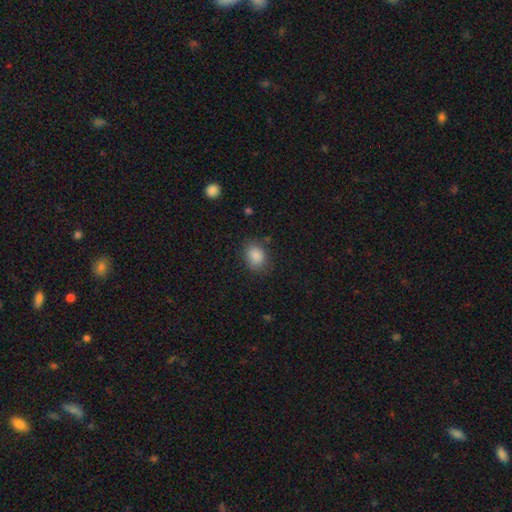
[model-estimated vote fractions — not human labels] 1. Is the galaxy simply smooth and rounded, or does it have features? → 87% smooth, 9% star or artifact, 4% featured or disk.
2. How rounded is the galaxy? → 54% in between, 46% round, 1% cigar-shaped.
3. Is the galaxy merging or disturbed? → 80% none, 14% minor disturbance, 4% major disturbance, 2% merger.